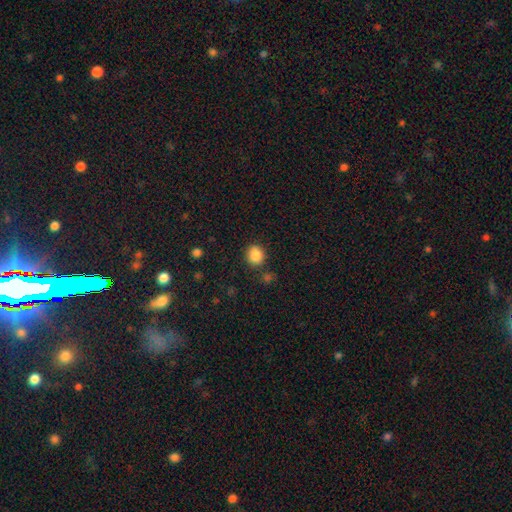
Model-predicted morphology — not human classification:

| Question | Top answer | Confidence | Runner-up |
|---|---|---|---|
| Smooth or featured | smooth | 86% | star or artifact (10%) |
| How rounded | round | 70% | in between (29%) |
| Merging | none | 80% | minor disturbance (12%) |